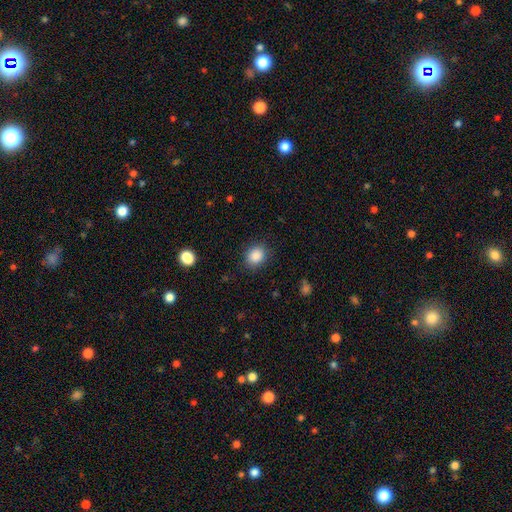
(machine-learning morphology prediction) Smooth or featured: smooth — 87% (star or artifact — 9%)
How rounded: round — 65% (in between — 34%)
Merging: none — 86% (minor disturbance — 9%)